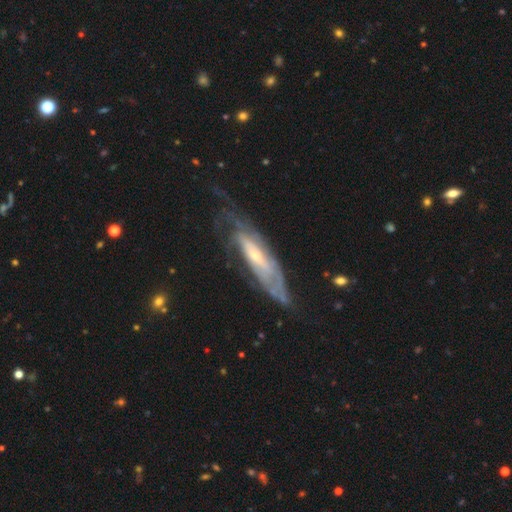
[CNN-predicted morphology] featured or disk 77%, smooth 17%, star or artifact 6%. Down the decision tree: edge-on disk — no (71%); bar — no (58%); spiral arms — yes (84%); bulge size — small (61%); merging — none (52%).